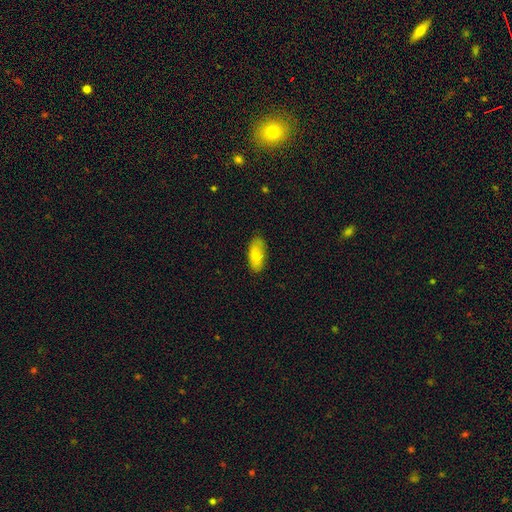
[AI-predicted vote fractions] A smooth galaxy with no disk features (78%) that is in between round and cigar-shaped (86%). Merging: none (83%).